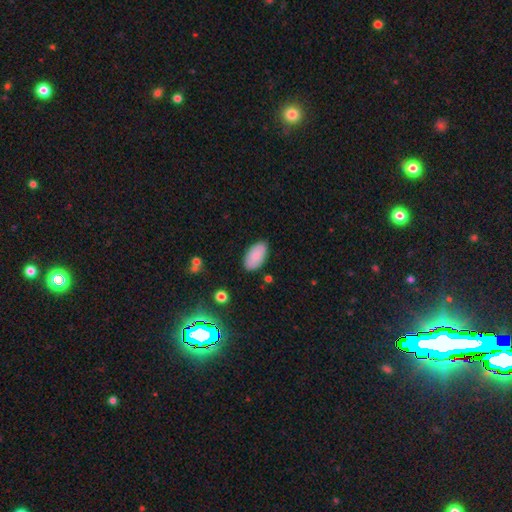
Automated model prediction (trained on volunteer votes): Overall: smooth (85%). How rounded: in between (95%). Merging: none (84%).